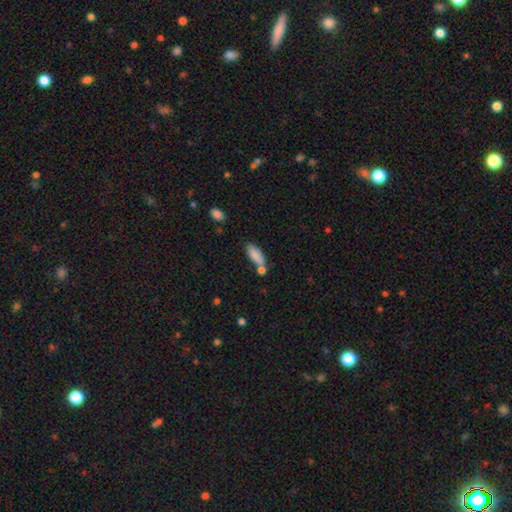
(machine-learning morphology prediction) The model was most divided on "merging": none: 57%, merger: 23%, minor disturbance: 15%, major disturbance: 4%. More confident: smooth or featured — smooth (85%); how rounded — in between (68%).